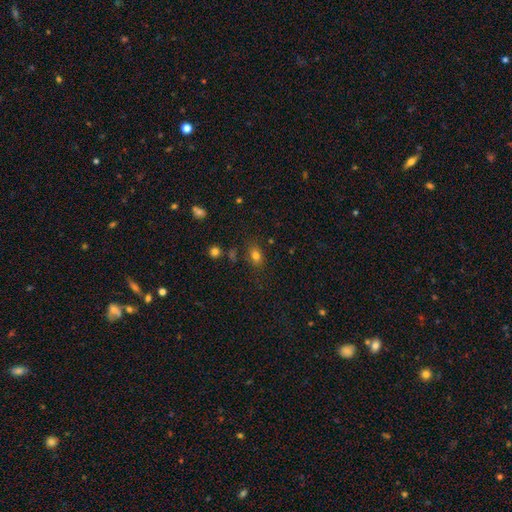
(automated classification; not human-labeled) Morphology: type=smooth (77%); roundness=in between (67%); merging=none (78%).